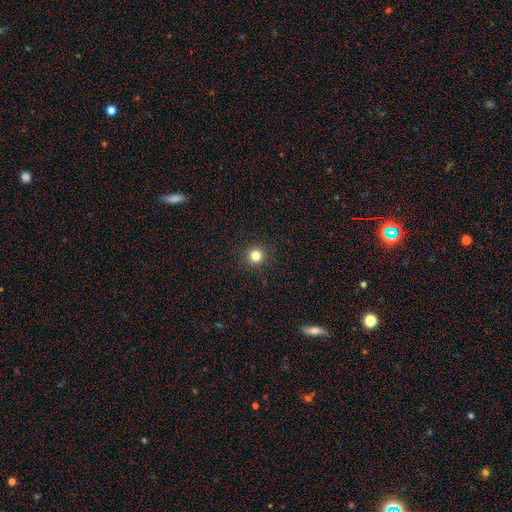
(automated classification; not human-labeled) The model was most divided on "smooth or featured": smooth: 81%, star or artifact: 14%, featured or disk: 5%. More confident: how rounded — round (95%); merging — none (93%).